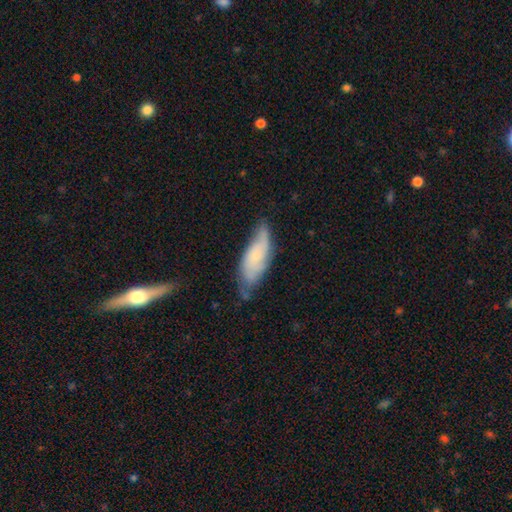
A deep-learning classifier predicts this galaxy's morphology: A featured or disk galaxy (56%). Merging: none (57%).